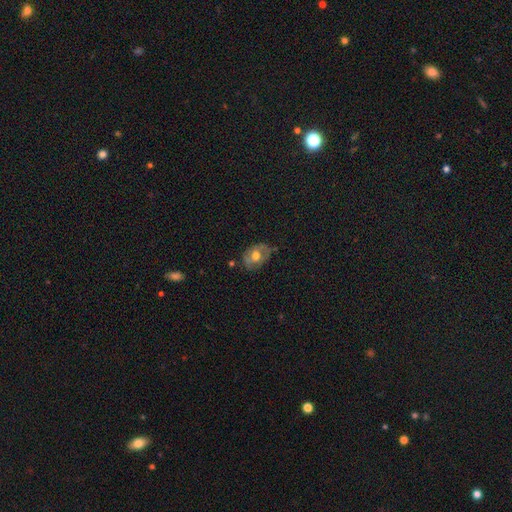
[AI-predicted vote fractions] Morphology: type=featured or disk (47%); merging=none (64%).